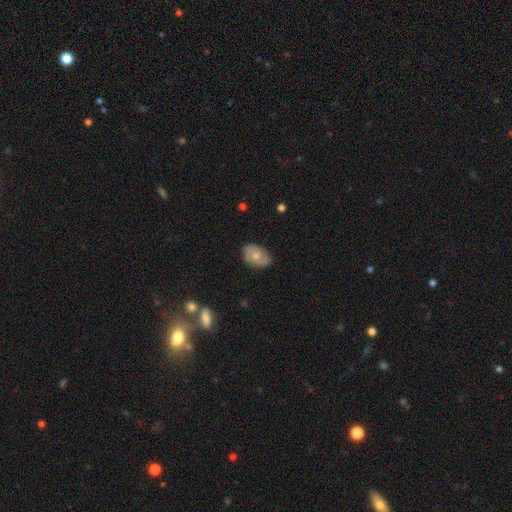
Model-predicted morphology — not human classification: smooth 54%, featured or disk 39%, star or artifact 7%. Down the decision tree: how rounded — in between (81%); merging — none (77%).